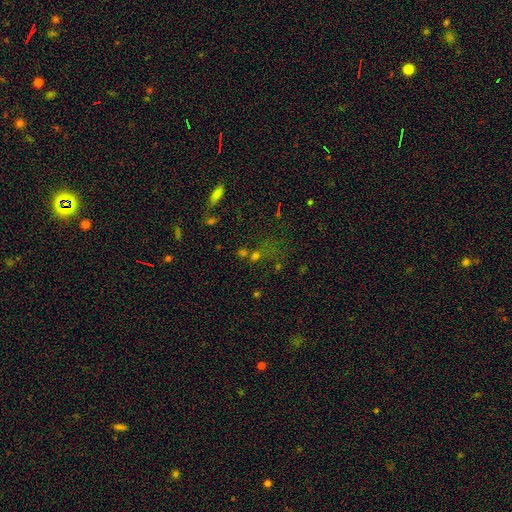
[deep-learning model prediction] smooth_or_featured: smooth (p=0.45) [alt: star or artifact p=0.41]
merging: none (p=0.49) [alt: merger p=0.27]